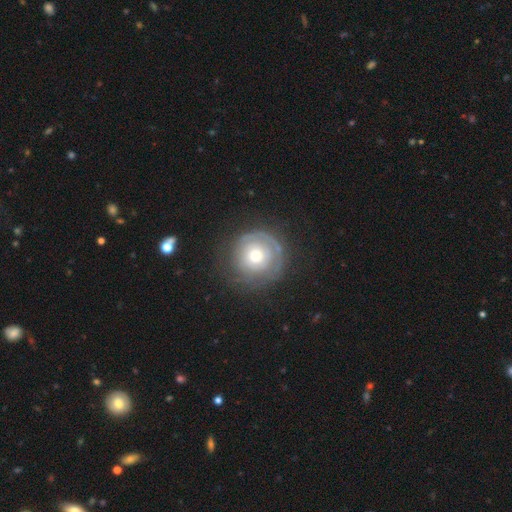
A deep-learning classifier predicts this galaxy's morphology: A featured or disk galaxy (54%) with no bar (88%), spiral arms (54%) and a moderate central bulge (55%).

Vote fractions:
- Smooth or featured? featured or disk: 54% / smooth: 39% / star or artifact: 7%
- Edge-on disk? no: 97% / yes: 3%
- Bar? no: 88% / weak: 9% / strong: 2%
- Spiral arms? yes: 54% / no: 46%
- Bulge size? moderate: 55% / small: 34% / large: 8% / dominant: 2% / none: 1%
- Merging? none: 69% / minor disturbance: 17% / major disturbance: 11% / merger: 2%